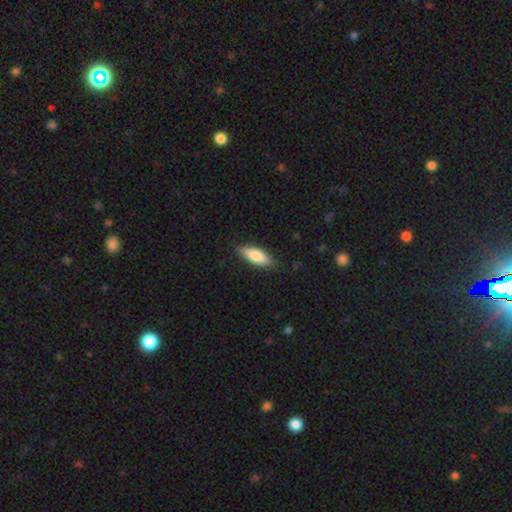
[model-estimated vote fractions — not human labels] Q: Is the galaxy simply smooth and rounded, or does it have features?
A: smooth — 77%.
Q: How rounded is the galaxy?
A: in between — 67%.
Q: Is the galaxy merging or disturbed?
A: none — 82%.